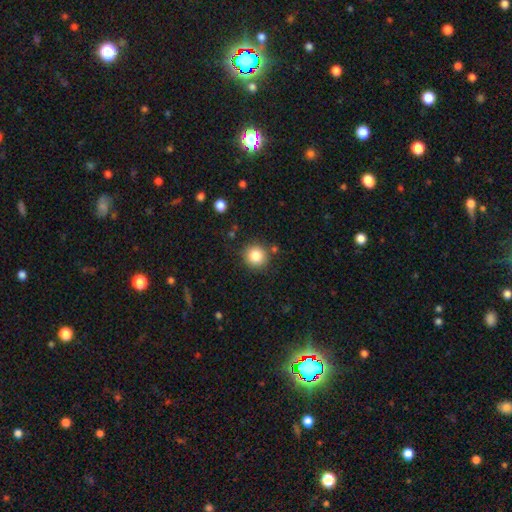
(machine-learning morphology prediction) Overall: smooth (84%). How rounded: round (92%). Merging: none (86%).